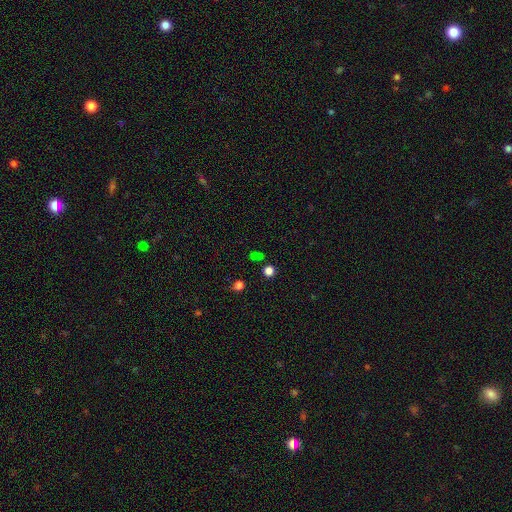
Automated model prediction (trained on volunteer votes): Morphology: type=smooth (55%); roundness=round (83%); merging=none (72%).